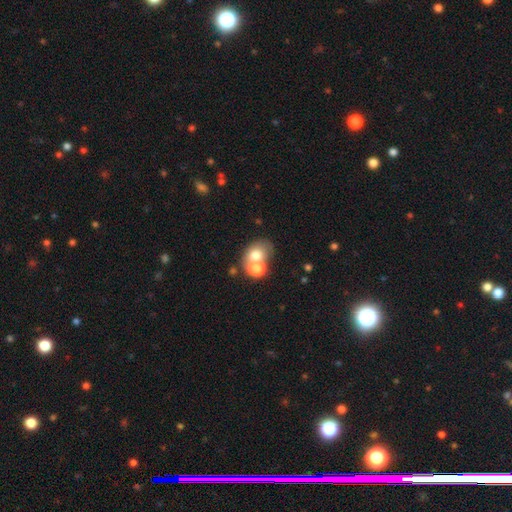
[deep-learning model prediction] Q: Smooth or featured?
A: smooth (71%); runner-up: featured or disk (18%)
Q: How rounded?
A: in between (54%); runner-up: round (45%)
Q: Merging?
A: merger (53%); runner-up: none (34%)